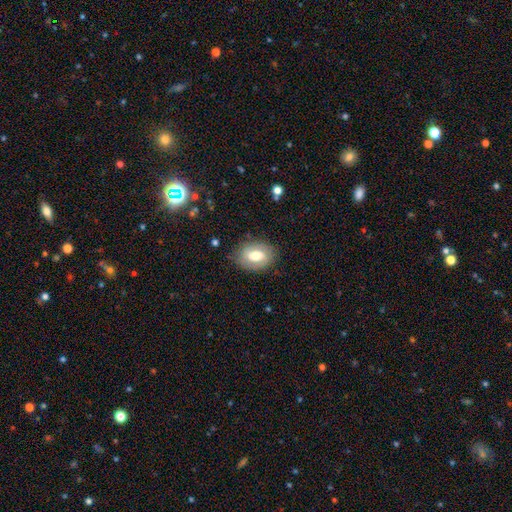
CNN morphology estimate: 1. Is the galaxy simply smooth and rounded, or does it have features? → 65% smooth, 27% featured or disk, 8% star or artifact.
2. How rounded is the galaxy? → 79% in between, 20% round, 1% cigar-shaped.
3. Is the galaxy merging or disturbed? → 81% none, 14% minor disturbance, 4% major disturbance, 1% merger.